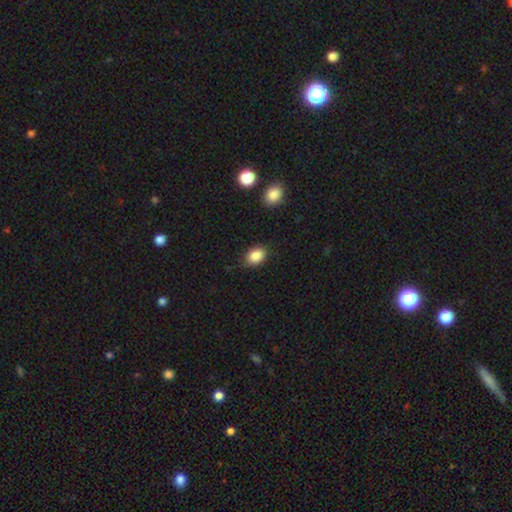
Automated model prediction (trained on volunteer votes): smooth 87%, star or artifact 8%, featured or disk 4%. Down the decision tree: how rounded — in between (75%); merging — none (80%).